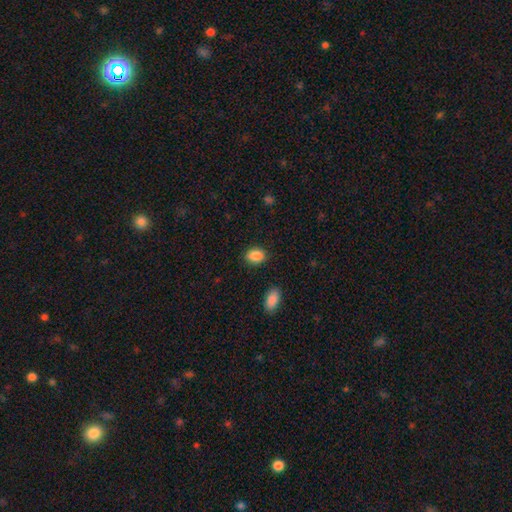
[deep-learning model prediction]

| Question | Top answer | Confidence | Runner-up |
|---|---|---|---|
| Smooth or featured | smooth | 88% | star or artifact (8%) |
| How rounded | in between | 78% | round (21%) |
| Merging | none | 85% | minor disturbance (11%) |